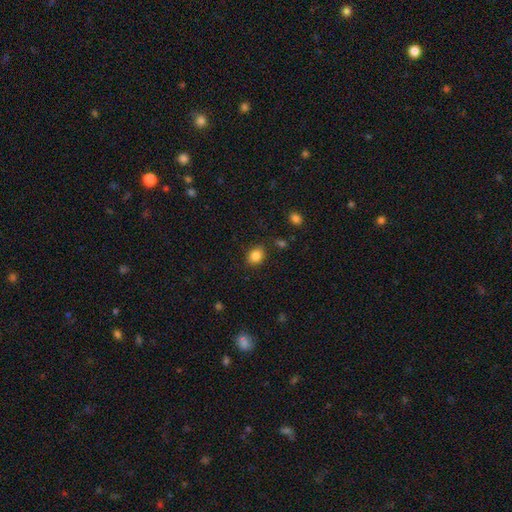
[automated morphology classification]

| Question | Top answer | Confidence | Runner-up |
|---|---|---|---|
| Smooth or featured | smooth | 85% | star or artifact (10%) |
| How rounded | round | 51% | in between (48%) |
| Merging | none | 84% | minor disturbance (11%) |